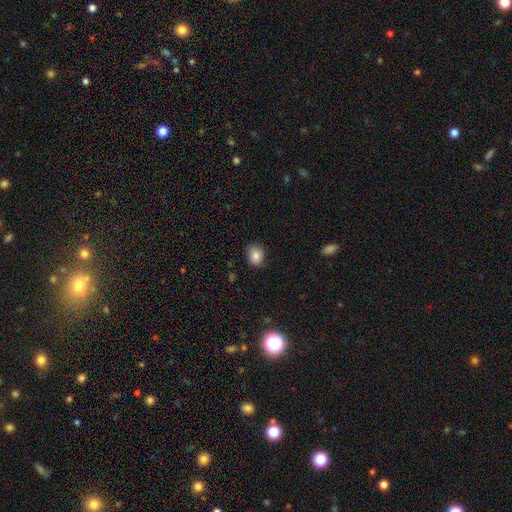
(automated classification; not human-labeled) Smooth or featured: smooth — 85% (star or artifact — 9%)
How rounded: round — 50% (in between — 49%)
Merging: none — 82% (minor disturbance — 14%)